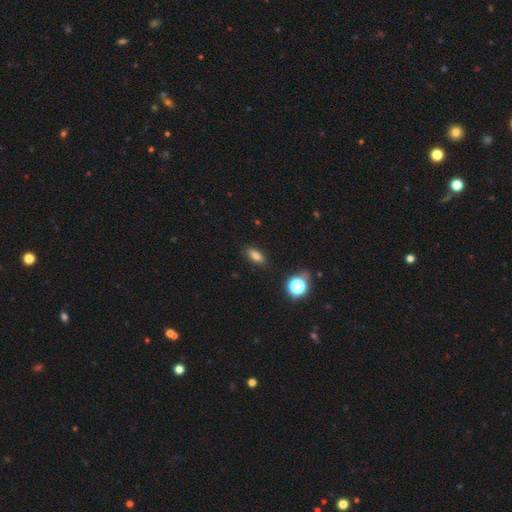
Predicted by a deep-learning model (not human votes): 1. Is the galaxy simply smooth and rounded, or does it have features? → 80% smooth, 13% star or artifact, 7% featured or disk.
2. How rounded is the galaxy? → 79% in between, 13% cigar-shaped, 7% round.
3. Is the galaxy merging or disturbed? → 87% none, 9% minor disturbance, 3% major disturbance, 2% merger.